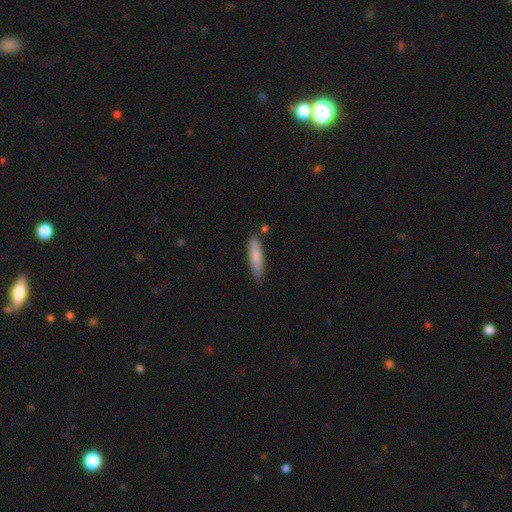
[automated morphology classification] type=smooth (80%); roundness=cigar-shaped (74%); merging=none (79%).